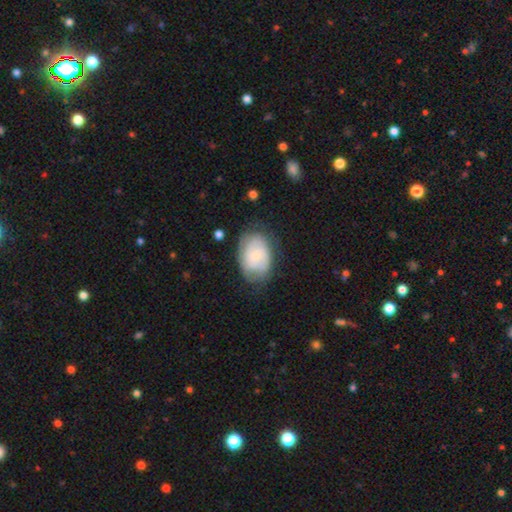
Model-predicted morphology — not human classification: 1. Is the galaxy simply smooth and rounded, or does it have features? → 53% smooth, 40% featured or disk, 7% star or artifact.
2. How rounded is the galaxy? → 79% in between, 20% round, 1% cigar-shaped.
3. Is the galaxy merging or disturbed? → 66% none, 23% minor disturbance, 9% major disturbance, 2% merger.